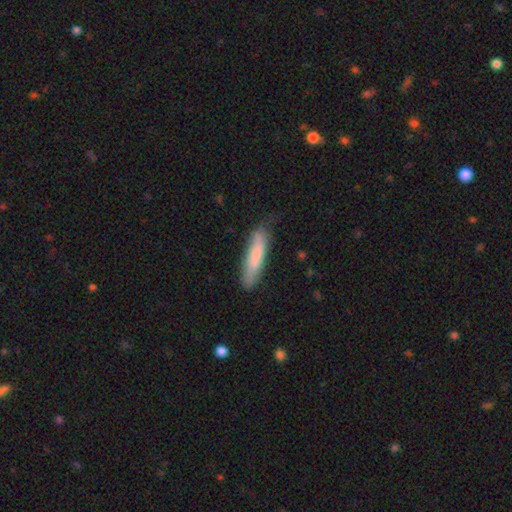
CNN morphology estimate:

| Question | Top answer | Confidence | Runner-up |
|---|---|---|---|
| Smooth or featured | smooth | 77% | featured or disk (17%) |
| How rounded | cigar-shaped | 82% | in between (17%) |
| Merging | none | 68% | minor disturbance (25%) |